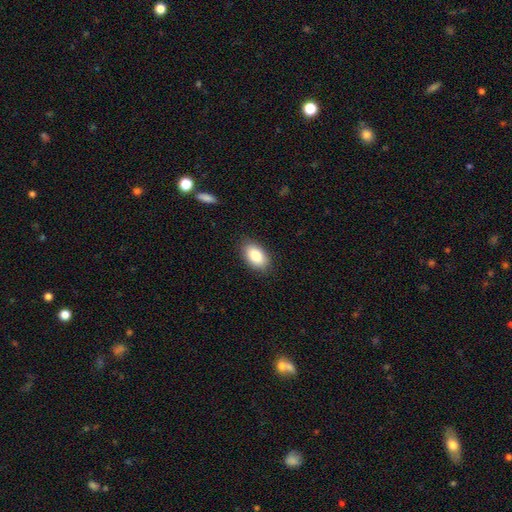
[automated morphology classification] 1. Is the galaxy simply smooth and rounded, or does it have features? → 86% smooth, 7% star or artifact, 7% featured or disk.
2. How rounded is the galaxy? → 93% in between, 5% round, 2% cigar-shaped.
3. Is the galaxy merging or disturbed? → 87% none, 10% minor disturbance, 2% major disturbance, 1% merger.